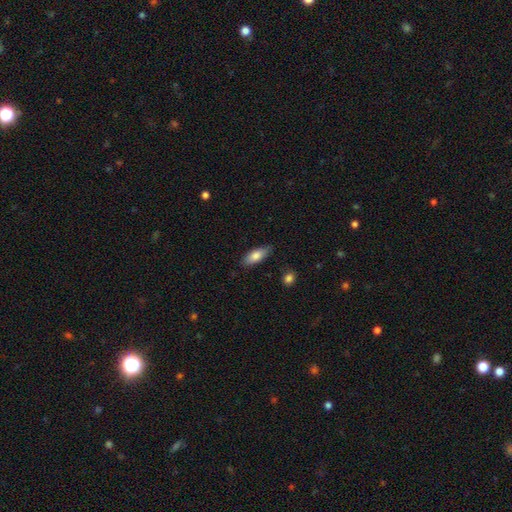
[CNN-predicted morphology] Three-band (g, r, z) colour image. It shows a smooth galaxy with no disk features (80%) that is in between round and cigar-shaped (75%). Merging: none (81%).